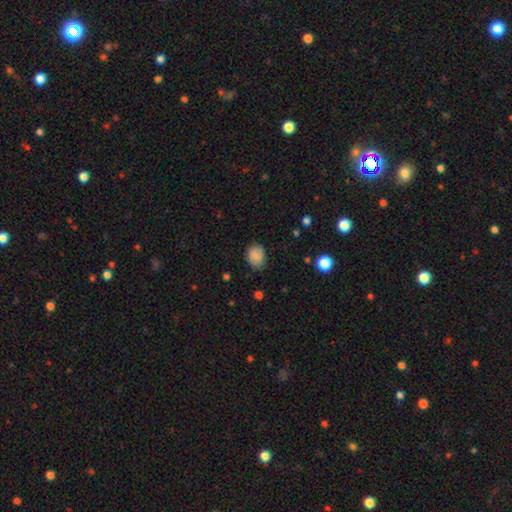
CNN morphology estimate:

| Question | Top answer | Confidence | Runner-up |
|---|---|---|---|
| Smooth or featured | smooth | 86% | star or artifact (8%) |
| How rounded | in between | 50% | round (49%) |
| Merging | none | 80% | minor disturbance (16%) |